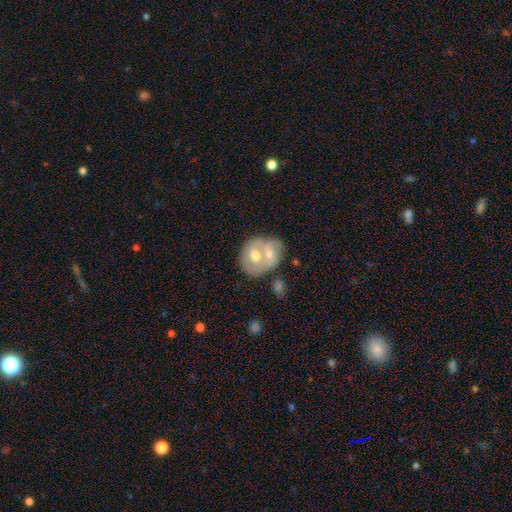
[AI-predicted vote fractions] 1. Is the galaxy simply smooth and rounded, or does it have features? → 48% smooth, 45% featured or disk, 7% star or artifact.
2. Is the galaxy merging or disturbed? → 64% merger, 24% none, 9% minor disturbance, 4% major disturbance.